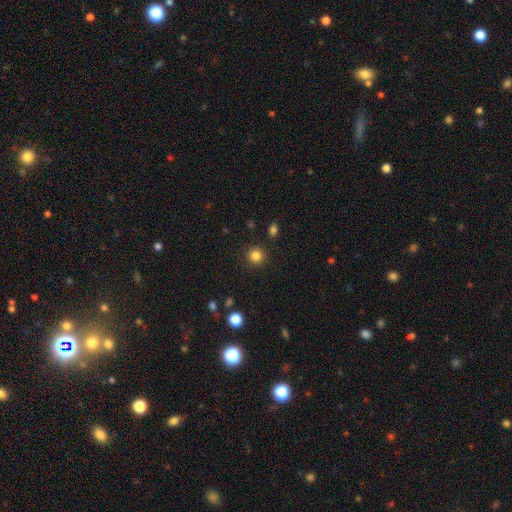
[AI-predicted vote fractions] Smooth or featured? Predicted: smooth (p=0.83). How rounded? Predicted: round (p=0.93). Merging? Predicted: none (p=0.90).